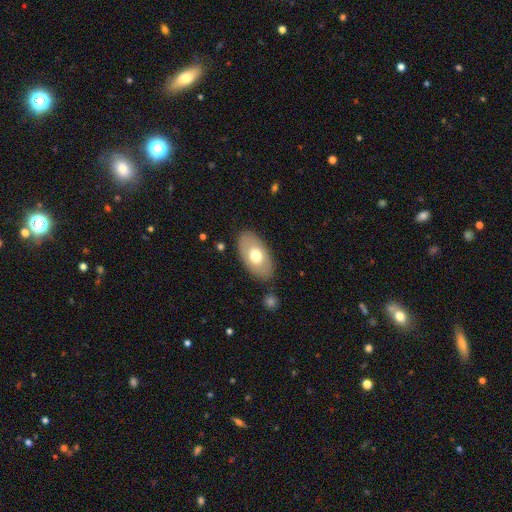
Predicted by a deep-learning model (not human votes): This appears to be a smooth galaxy with no disk features (65%) that is in between round and cigar-shaped (94%). Merging: none (84%).